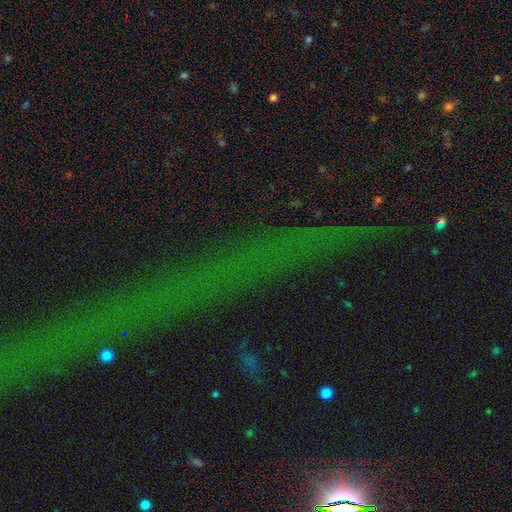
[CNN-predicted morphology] star or artifact 75%, featured or disk 13%, smooth 12%.